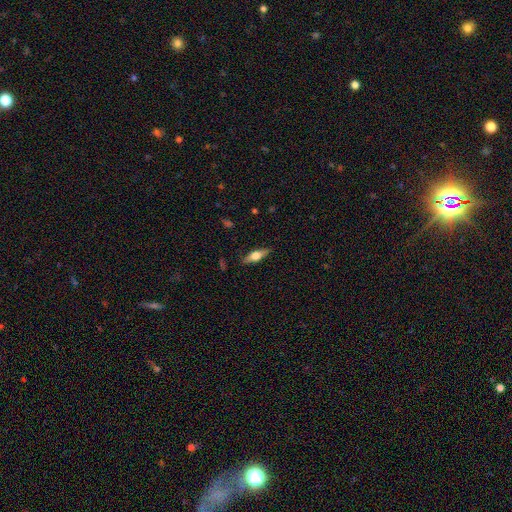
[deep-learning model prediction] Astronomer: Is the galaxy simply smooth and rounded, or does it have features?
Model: featured or disk — 47%, tied with smooth at 47%.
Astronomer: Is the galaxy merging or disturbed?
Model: none — 85%.